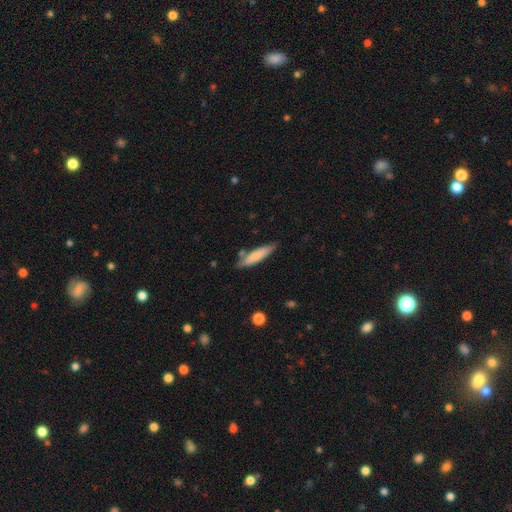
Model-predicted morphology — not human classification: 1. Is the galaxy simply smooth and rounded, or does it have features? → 76% smooth, 18% featured or disk, 6% star or artifact.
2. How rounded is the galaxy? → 78% cigar-shaped, 20% in between, 1% round.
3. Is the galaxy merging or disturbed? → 74% none, 16% minor disturbance, 6% merger, 3% major disturbance.